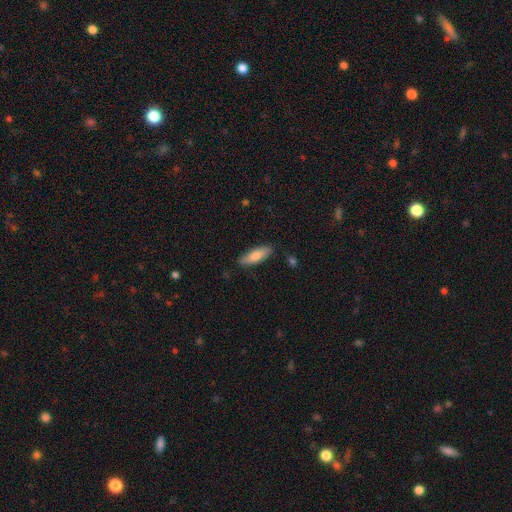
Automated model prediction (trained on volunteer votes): The model was most divided on "how rounded": in between: 53%, cigar-shaped: 45%, round: 2%. More confident: merging — none (84%); smooth or featured — smooth (79%).